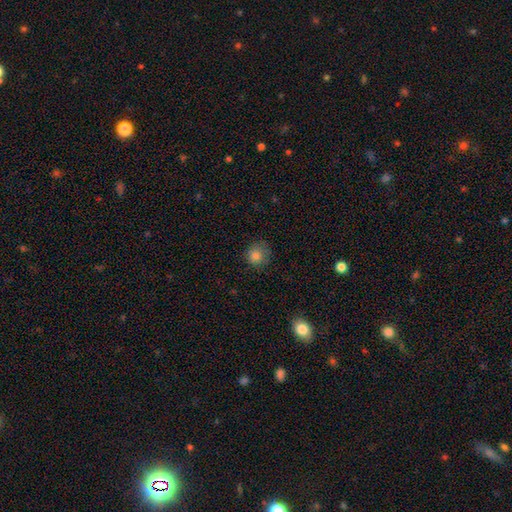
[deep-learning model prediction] smooth-or-featured: smooth: 83% | star or artifact: 12% | featured or disk: 6%
  how-rounded: round: 89% | in between: 10% | cigar-shaped: 1%
  merging: none: 78% | minor disturbance: 16% | major disturbance: 4% | merger: 1%